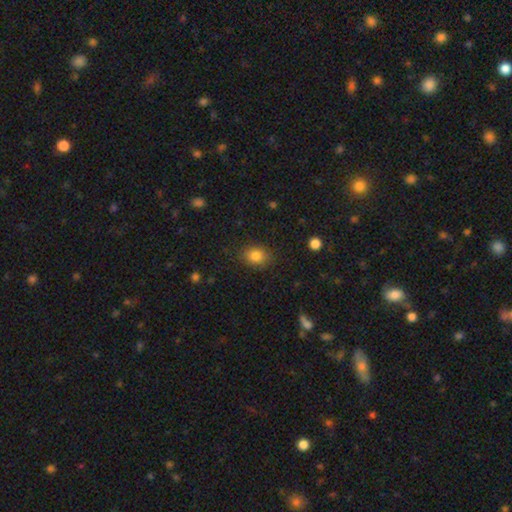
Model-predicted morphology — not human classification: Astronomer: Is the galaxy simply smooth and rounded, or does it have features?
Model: smooth — 84%.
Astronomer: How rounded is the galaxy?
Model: round — 54% (runner-up: in between, 45%).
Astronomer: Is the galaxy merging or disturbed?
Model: none — 82%.